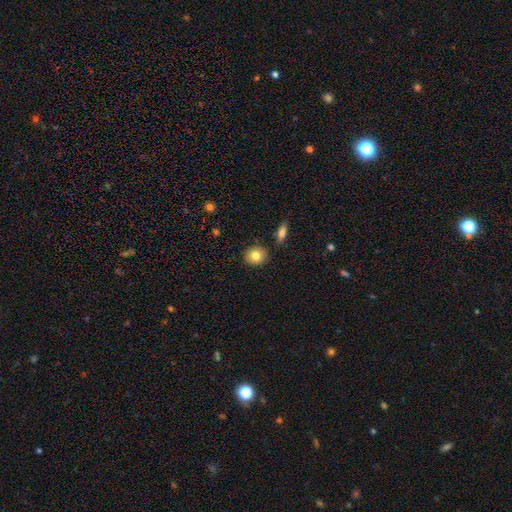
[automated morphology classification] This appears to be a smooth galaxy with no disk features (81%) that is round (76%). Merging: none (88%).